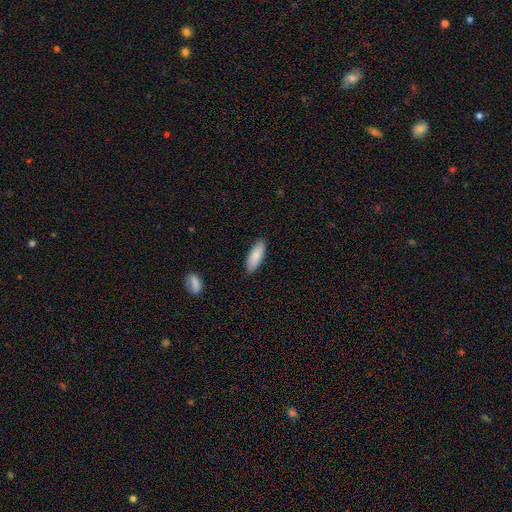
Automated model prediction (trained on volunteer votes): Smooth or featured?
  - smooth: 84% *
  - featured or disk: 11%
  - star or artifact: 6%
How rounded?
  - in between: 69% *
  - cigar-shaped: 30%
  - round: 2%
Merging?
  - none: 88% *
  - minor disturbance: 9%
  - major disturbance: 2%
  - merger: 1%